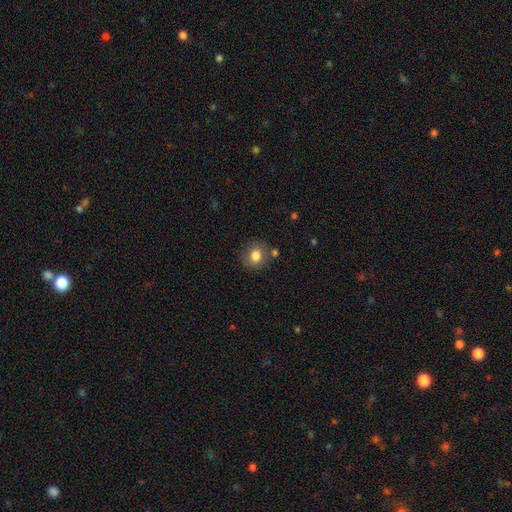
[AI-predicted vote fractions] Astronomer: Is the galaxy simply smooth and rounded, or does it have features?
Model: smooth — 81%.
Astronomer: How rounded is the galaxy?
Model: round — 73%.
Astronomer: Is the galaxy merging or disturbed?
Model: none — 78%.